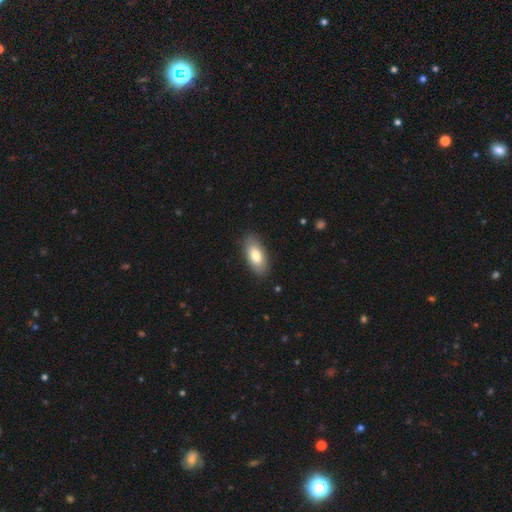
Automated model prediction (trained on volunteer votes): Smooth or featured?
  - smooth: 78% *
  - featured or disk: 16%
  - star or artifact: 6%
How rounded?
  - in between: 91% *
  - cigar-shaped: 6%
  - round: 3%
Merging?
  - none: 85% *
  - minor disturbance: 12%
  - major disturbance: 2%
  - merger: 1%